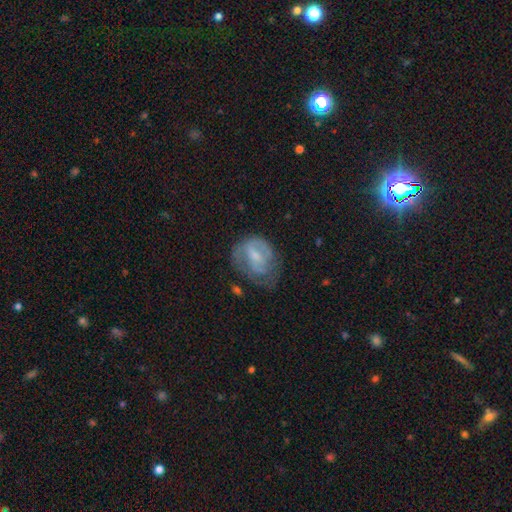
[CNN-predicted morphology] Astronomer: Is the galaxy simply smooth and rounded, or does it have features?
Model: featured or disk — 55% (runner-up: smooth, 37%).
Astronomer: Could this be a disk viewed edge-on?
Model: no — 97%.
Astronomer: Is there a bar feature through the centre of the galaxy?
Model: weak — 47% (runner-up: no, 39%).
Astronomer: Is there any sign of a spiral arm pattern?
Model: yes — 58% (runner-up: no, 42%).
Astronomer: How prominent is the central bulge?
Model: small — 45% (runner-up: moderate, 37%).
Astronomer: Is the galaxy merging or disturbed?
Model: none — 41% (runner-up: minor disturbance, 29%).